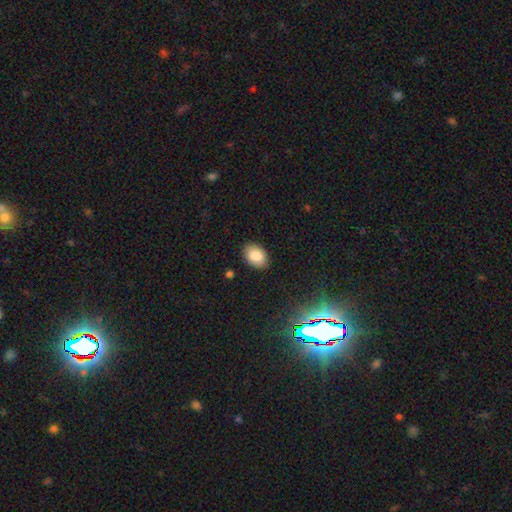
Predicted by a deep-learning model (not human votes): Smooth or featured?
  - smooth: 87% *
  - star or artifact: 8%
  - featured or disk: 5%
How rounded?
  - in between: 78% *
  - round: 21%
  - cigar-shaped: 1%
Merging?
  - none: 87% *
  - minor disturbance: 10%
  - major disturbance: 2%
  - merger: 1%